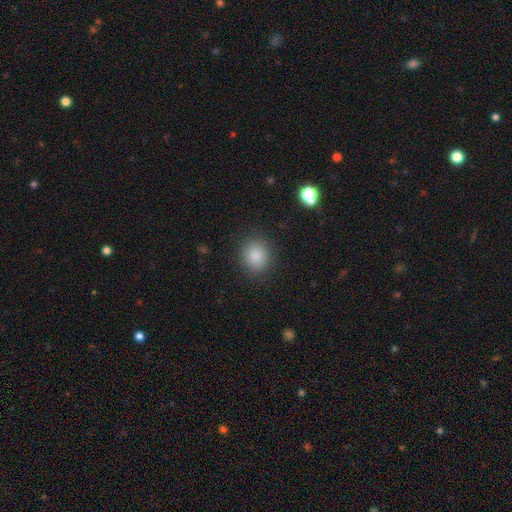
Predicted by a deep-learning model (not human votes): Smooth or featured? smooth (86%)
How rounded? round (79%)
Merging? none (88%)